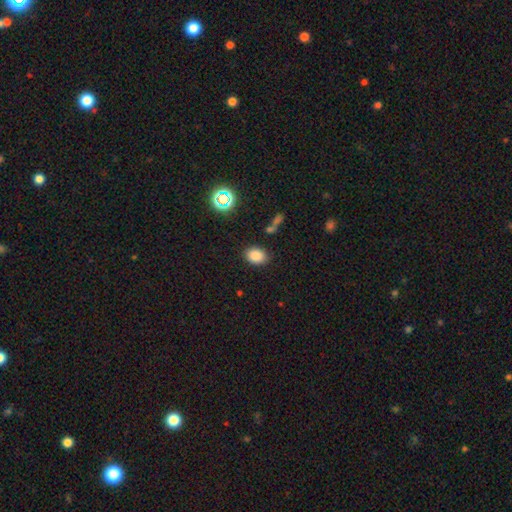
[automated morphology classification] A smooth galaxy with no disk features (82%) that is in between round and cigar-shaped (69%).

Vote fractions:
- Smooth or featured? smooth: 82% / star or artifact: 13% / featured or disk: 5%
- How rounded? in between: 69% / round: 30% / cigar-shaped: 1%
- Merging? none: 85% / minor disturbance: 10% / major disturbance: 3% / merger: 3%